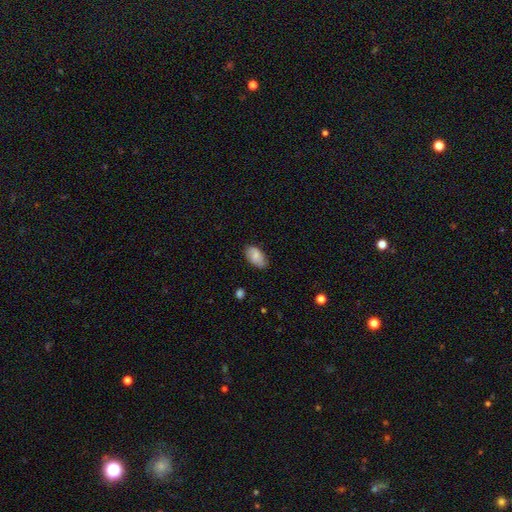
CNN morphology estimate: type=smooth (80%); roundness=in between (94%); merging=none (76%).